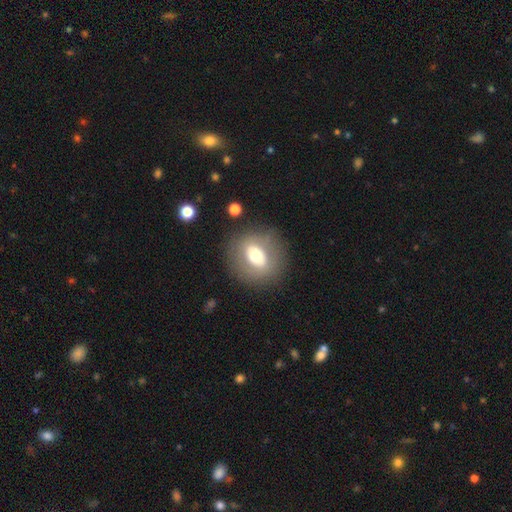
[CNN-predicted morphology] Smooth or featured? Predicted: smooth (p=0.57). How rounded? Predicted: round (p=0.70). Merging? Predicted: none (p=0.81).